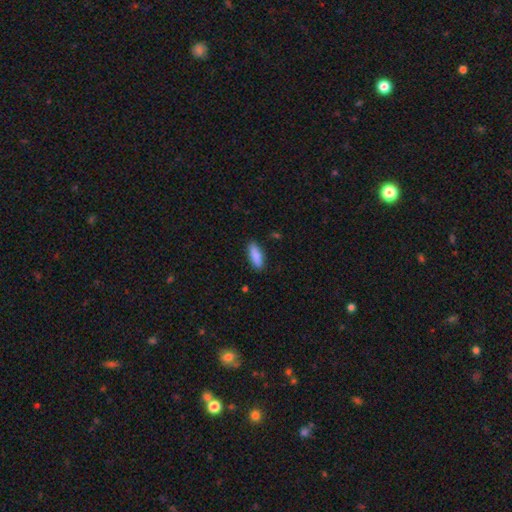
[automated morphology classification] Smooth or featured?
  - smooth: 88% *
  - star or artifact: 6%
  - featured or disk: 6%
How rounded?
  - in between: 59% *
  - cigar-shaped: 39%
  - round: 2%
Merging?
  - none: 86% *
  - minor disturbance: 11%
  - major disturbance: 2%
  - merger: 1%